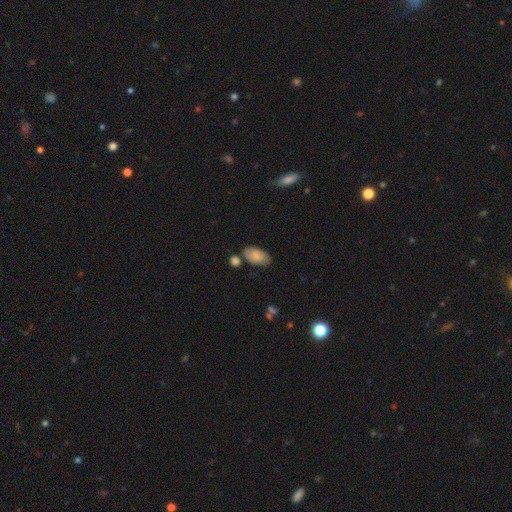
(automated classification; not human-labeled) This appears to be a smooth galaxy with no disk features (72%) that is in between round and cigar-shaped (93%). Merging: none (65%).